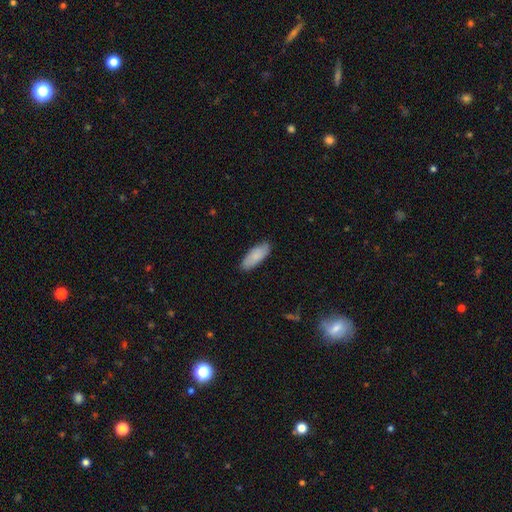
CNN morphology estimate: Smooth or featured?
  - smooth: 86% *
  - featured or disk: 8%
  - star or artifact: 5%
How rounded?
  - in between: 74% *
  - cigar-shaped: 25%
  - round: 2%
Merging?
  - none: 86% *
  - minor disturbance: 11%
  - major disturbance: 2%
  - merger: 1%